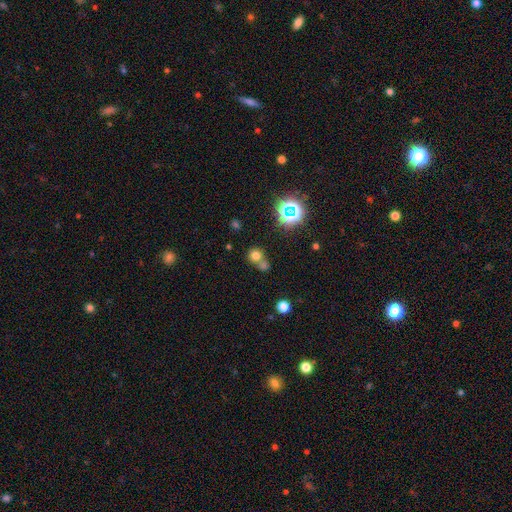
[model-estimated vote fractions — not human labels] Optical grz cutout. It shows a smooth galaxy with no disk features (69%) that is round (84%). Merging: none (45%).